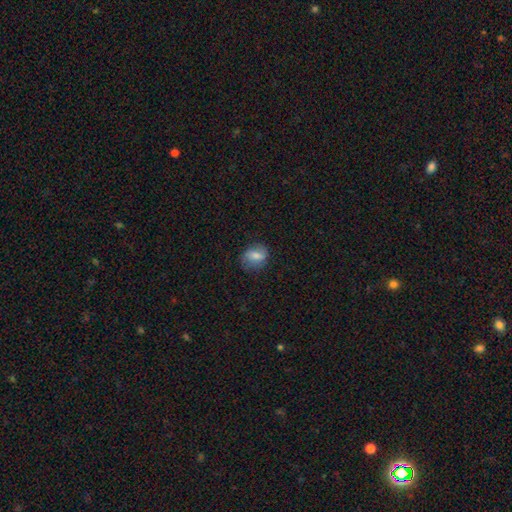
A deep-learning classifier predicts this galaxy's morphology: Smooth or featured? smooth (68%)
How rounded? in between (53%)
Merging? none (70%)